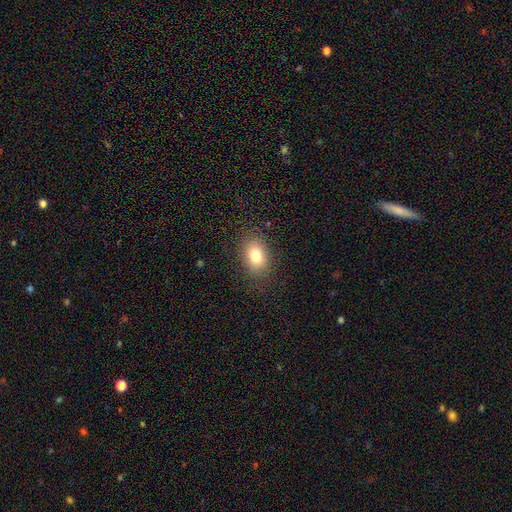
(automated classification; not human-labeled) Smooth or featured? Predicted: smooth (p=0.79). How rounded? Predicted: in between (p=0.80). Merging? Predicted: none (p=0.85).